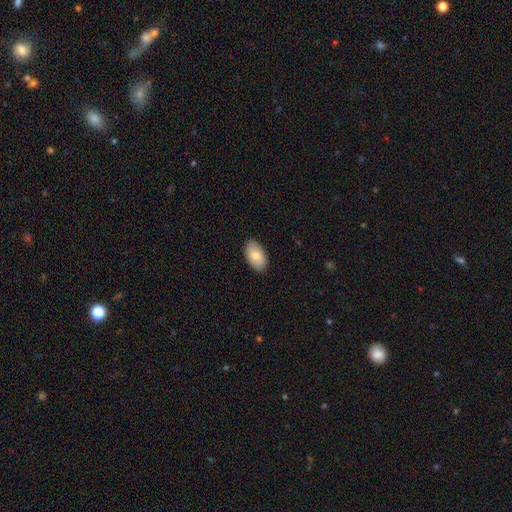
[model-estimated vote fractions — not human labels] Smooth or featured?
  - smooth: 81% *
  - featured or disk: 13%
  - star or artifact: 6%
How rounded?
  - in between: 94% *
  - round: 4%
  - cigar-shaped: 1%
Merging?
  - none: 88% *
  - minor disturbance: 9%
  - major disturbance: 2%
  - merger: 1%